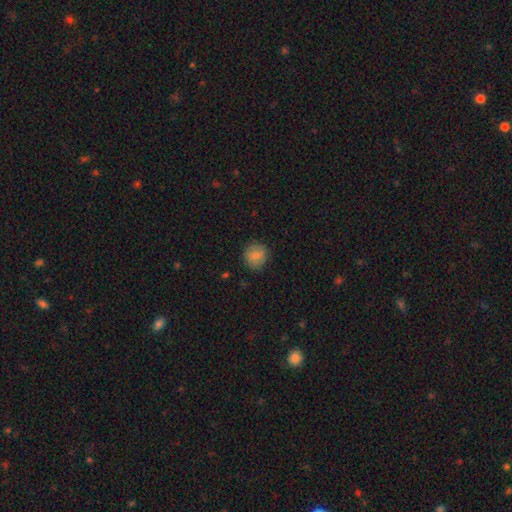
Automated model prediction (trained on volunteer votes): Q: Smooth or featured?
A: smooth (82%); runner-up: featured or disk (9%)
Q: How rounded?
A: round (87%); runner-up: in between (12%)
Q: Merging?
A: none (86%); runner-up: minor disturbance (10%)